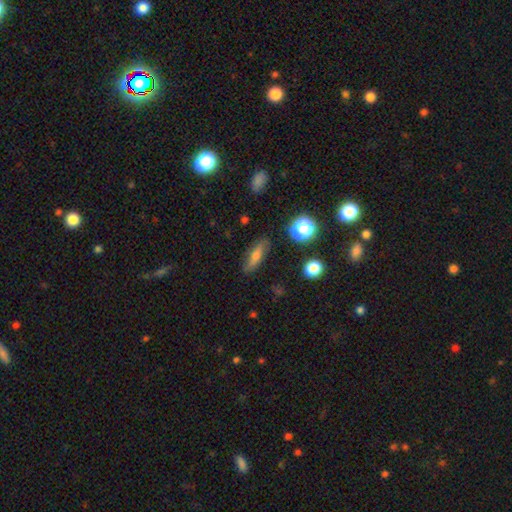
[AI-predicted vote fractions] Smooth or featured?
  - smooth: 60% *
  - featured or disk: 29%
  - star or artifact: 11%
How rounded?
  - cigar-shaped: 54% *
  - in between: 39%
  - round: 7%
Merging?
  - none: 83% *
  - minor disturbance: 12%
  - major disturbance: 3%
  - merger: 2%